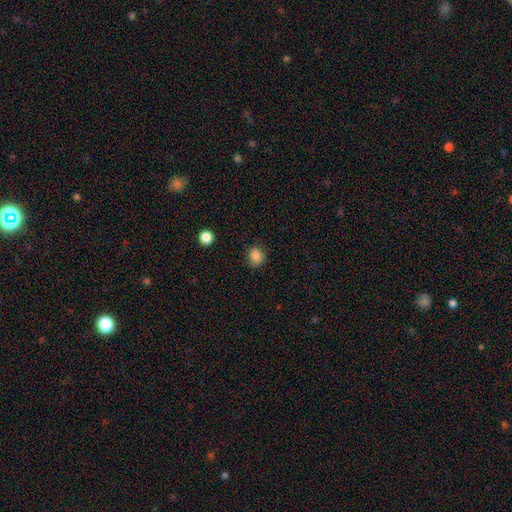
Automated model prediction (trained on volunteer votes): Smooth or featured? Predicted: smooth (p=0.85). How rounded? Predicted: round (p=0.60). Merging? Predicted: none (p=0.80).